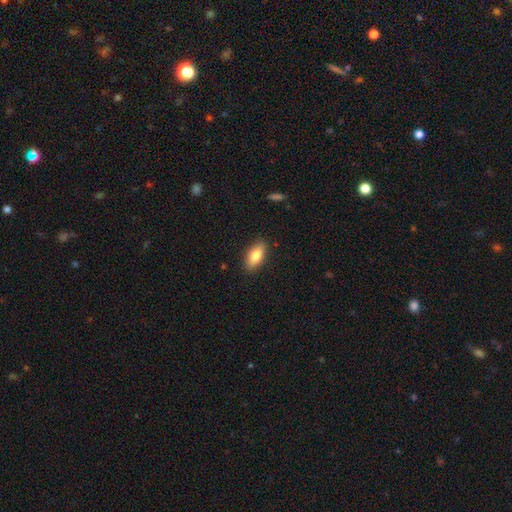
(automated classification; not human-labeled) The model was most divided on "smooth or featured": smooth: 82%, featured or disk: 11%, star or artifact: 7%. More confident: merging — none (87%); how rounded — in between (87%).